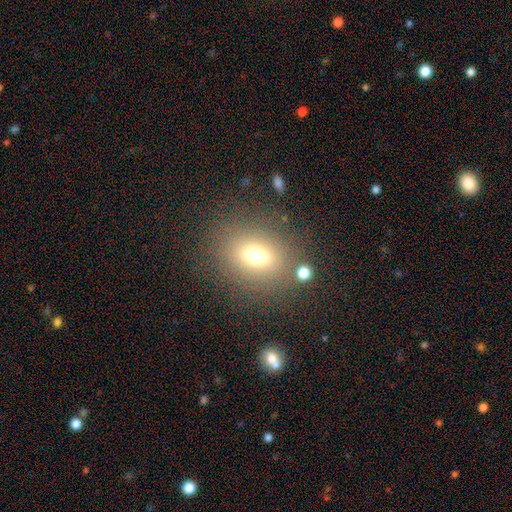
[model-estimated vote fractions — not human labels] Smooth or featured? Predicted: smooth (p=0.70). How rounded? Predicted: in between (p=0.56). Merging? Predicted: none (p=0.77).